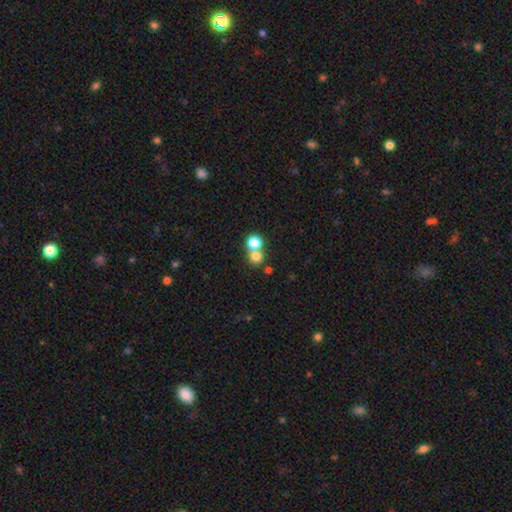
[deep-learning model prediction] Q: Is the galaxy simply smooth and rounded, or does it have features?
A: smooth — 76%.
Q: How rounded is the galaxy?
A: round — 88%.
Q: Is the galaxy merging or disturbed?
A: none — 51%.